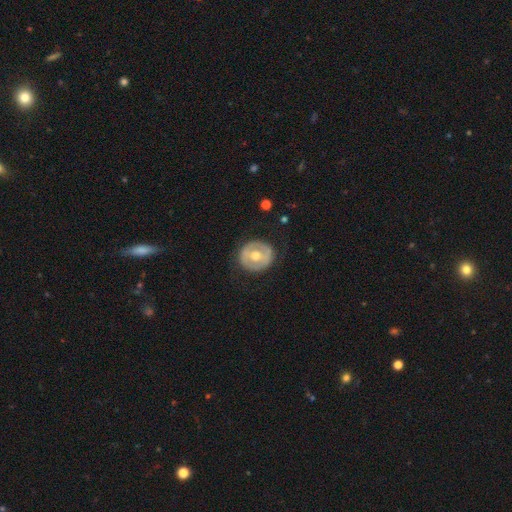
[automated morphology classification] smooth-or-featured: featured or disk: 53% | smooth: 42% | star or artifact: 6%
  disk-edge-on: no: 95% | yes: 5%
    bar: no: 55% | weak: 29% | strong: 15%
    has-spiral-arms: no: 81% | yes: 19%
    bulge-size: moderate: 79% | small: 13% | large: 6% | none: 1% | dominant: 1%
  merging: none: 85% | minor disturbance: 11% | major disturbance: 3% | merger: 1%